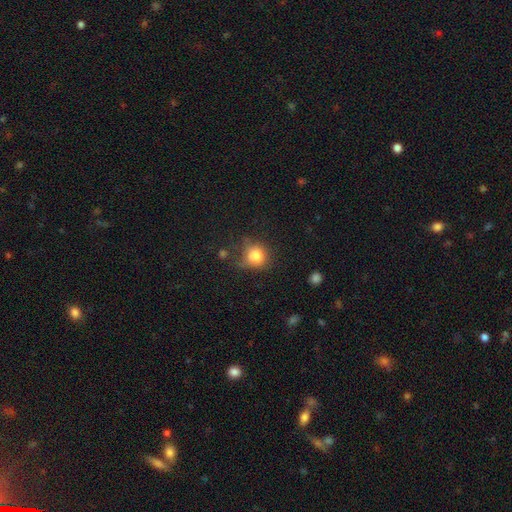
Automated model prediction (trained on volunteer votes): smooth_or_featured: smooth (p=0.81) [alt: star or artifact p=0.11]
how_rounded: round (p=0.80) [alt: in between p=0.19]
merging: none (p=0.55) [alt: minor disturbance p=0.27]